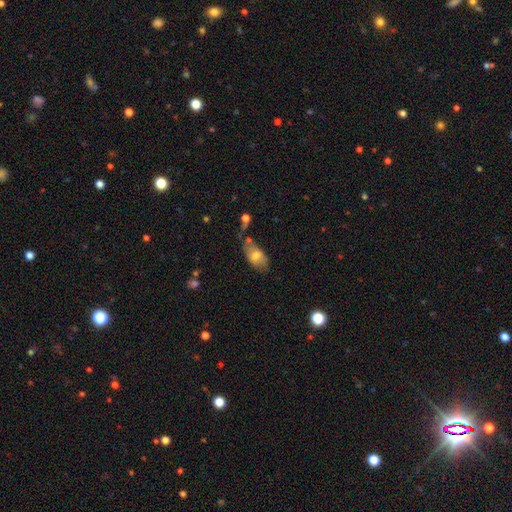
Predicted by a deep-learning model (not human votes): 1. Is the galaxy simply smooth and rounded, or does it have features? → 66% smooth, 27% featured or disk, 8% star or artifact.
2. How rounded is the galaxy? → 91% in between, 6% round, 3% cigar-shaped.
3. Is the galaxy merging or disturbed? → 44% none, 26% minor disturbance, 16% merger, 14% major disturbance.